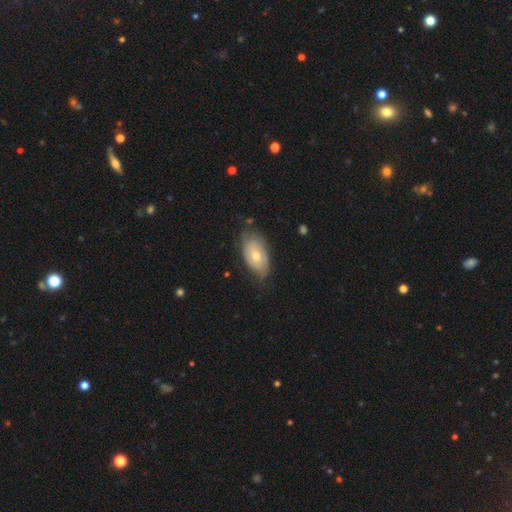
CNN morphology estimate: A smooth galaxy with no disk features (47%). Merging: none (67%).